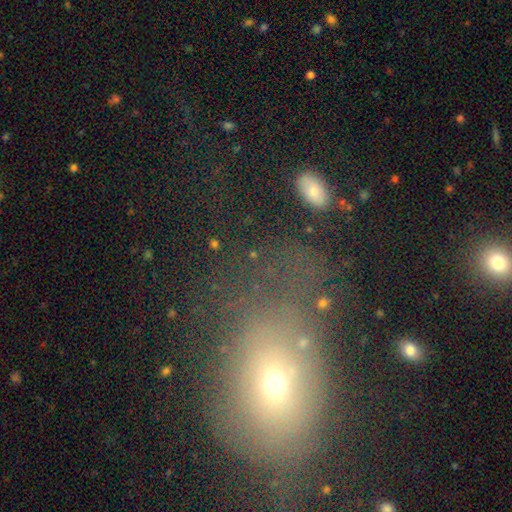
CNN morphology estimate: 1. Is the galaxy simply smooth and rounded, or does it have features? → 51% smooth, 25% star or artifact, 23% featured or disk.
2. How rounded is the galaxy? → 65% in between, 31% round, 4% cigar-shaped.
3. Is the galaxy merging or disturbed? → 47% none, 27% major disturbance, 18% minor disturbance, 8% merger.